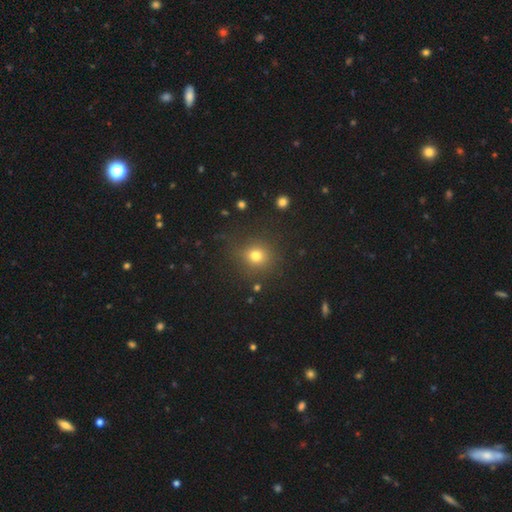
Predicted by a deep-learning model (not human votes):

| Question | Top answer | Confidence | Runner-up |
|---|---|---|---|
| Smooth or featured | smooth | 76% | star or artifact (17%) |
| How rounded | round | 88% | in between (11%) |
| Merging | none | 83% | minor disturbance (10%) |